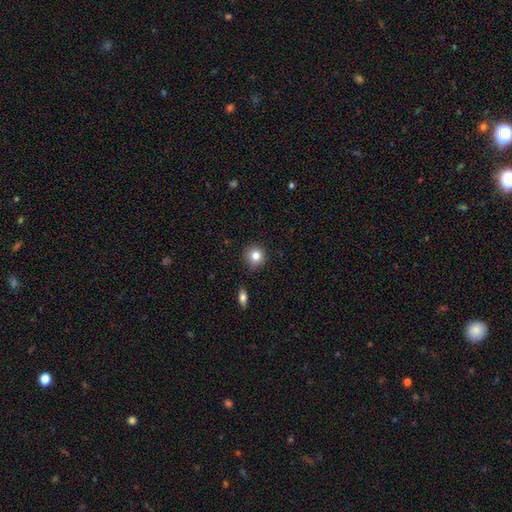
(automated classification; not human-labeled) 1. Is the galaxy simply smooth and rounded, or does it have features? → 82% smooth, 11% star or artifact, 8% featured or disk.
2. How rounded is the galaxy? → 91% round, 8% in between, 1% cigar-shaped.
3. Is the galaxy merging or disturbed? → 86% none, 10% minor disturbance, 2% major disturbance, 2% merger.